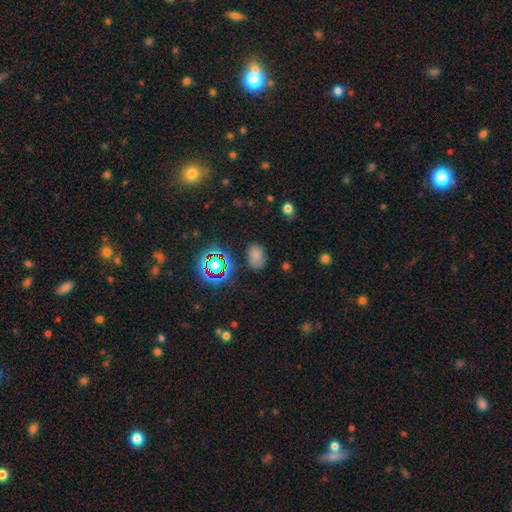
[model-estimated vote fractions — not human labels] smooth 69%, star or artifact 23%, featured or disk 8%. Down the decision tree: how rounded — in between (74%); merging — none (74%).